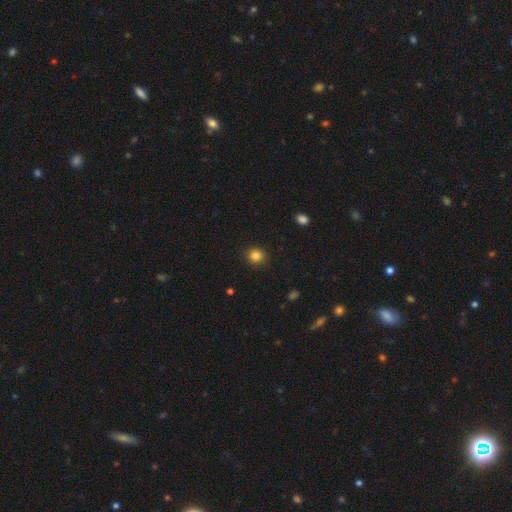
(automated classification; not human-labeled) The model was most divided on "smooth or featured": smooth: 84%, star or artifact: 12%, featured or disk: 4%. More confident: merging — none (91%); how rounded — round (88%).